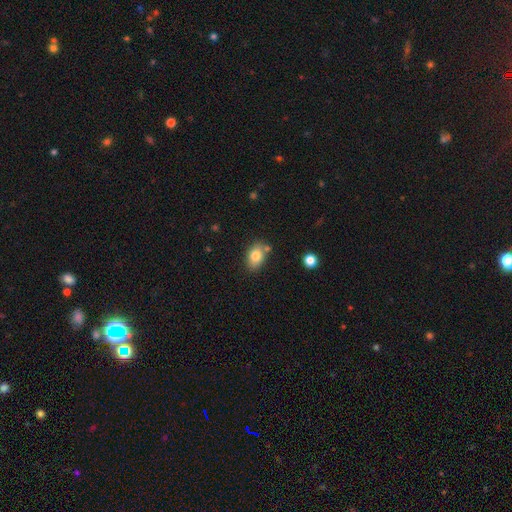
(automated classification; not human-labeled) Smooth or featured? Predicted: smooth (p=0.81). How rounded? Predicted: in between (p=0.80). Merging? Predicted: none (p=0.72).